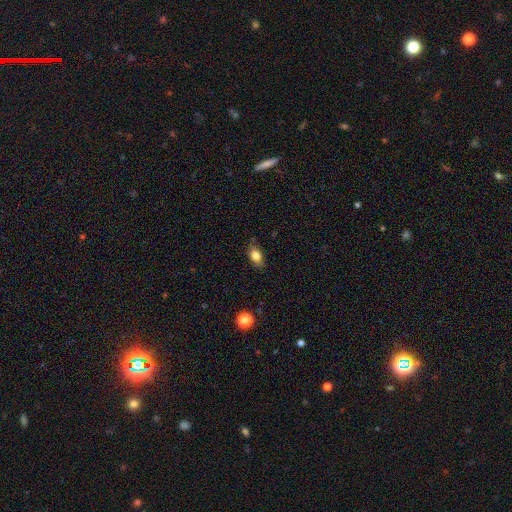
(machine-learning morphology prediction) A smooth galaxy with no disk features (81%) that is in between round and cigar-shaped (82%). Merging: none (81%).